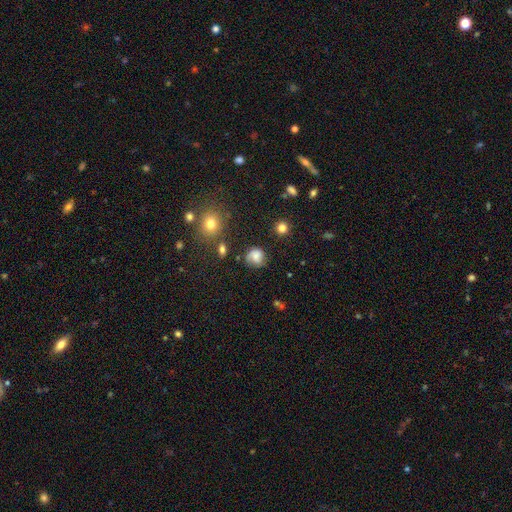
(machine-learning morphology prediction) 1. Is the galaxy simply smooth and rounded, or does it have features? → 57% smooth, 30% featured or disk, 12% star or artifact.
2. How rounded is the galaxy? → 76% round, 23% in between, 1% cigar-shaped.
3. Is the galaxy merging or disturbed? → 60% none, 23% minor disturbance, 12% major disturbance, 4% merger.